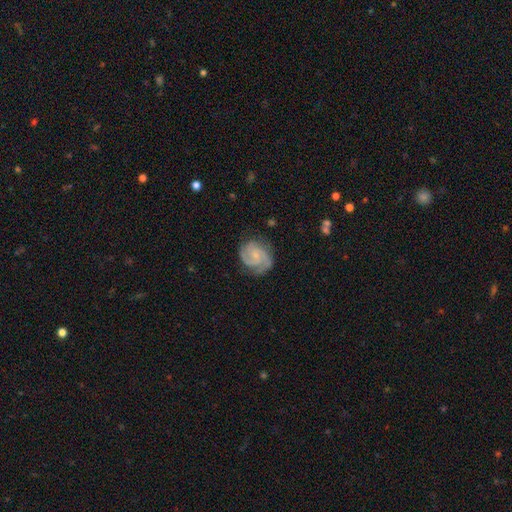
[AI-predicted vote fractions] Morphology: type=featured or disk (86%); edge-on=no (98%); bar=no (57%); spiral arms=yes (98%); winding=tight (51%); arm count=2 (57%); bulge=small (67%); merging=none (75%).